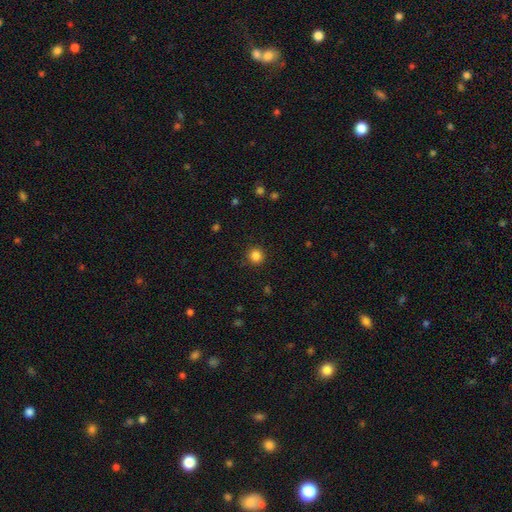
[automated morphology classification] Smooth or featured? Predicted: smooth (p=0.85). How rounded? Predicted: round (p=0.94). Merging? Predicted: none (p=0.90).